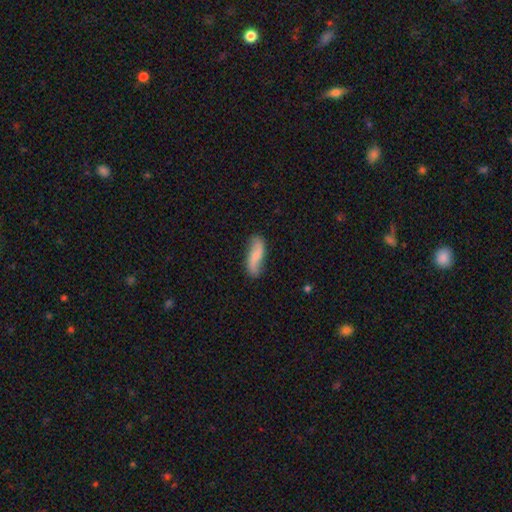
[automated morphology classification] Smooth or featured? smooth (52%)
How rounded? in between (53%)
Merging? none (77%)